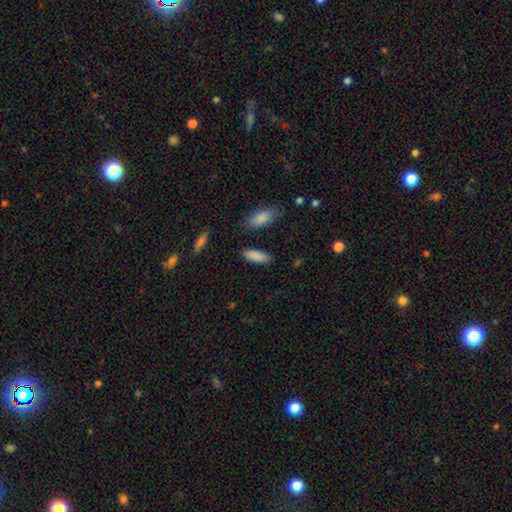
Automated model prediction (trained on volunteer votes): The model was most divided on "how rounded": in between: 65%, cigar-shaped: 33%, round: 2%. More confident: smooth or featured — smooth (88%); merging — none (84%).